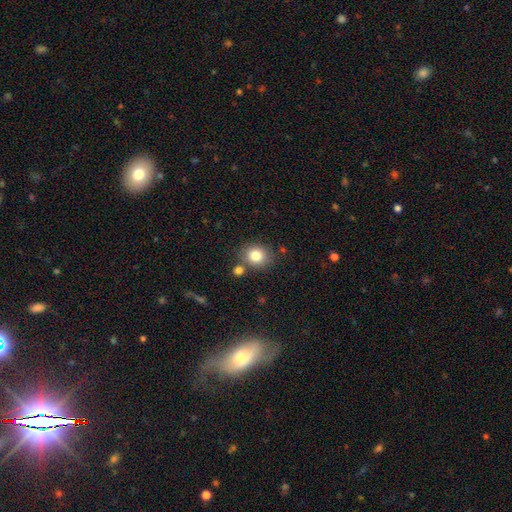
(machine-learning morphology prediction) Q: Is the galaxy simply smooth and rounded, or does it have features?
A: smooth — 81%.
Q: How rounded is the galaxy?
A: round — 73%.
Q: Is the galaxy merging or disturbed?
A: none — 75%.